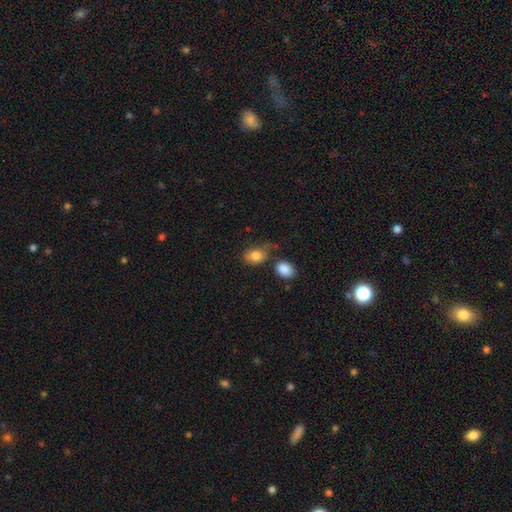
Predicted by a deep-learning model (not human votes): This is clearly a smooth galaxy (84%). How rounded: likely in between (75%). Merging: possibly none (50%).